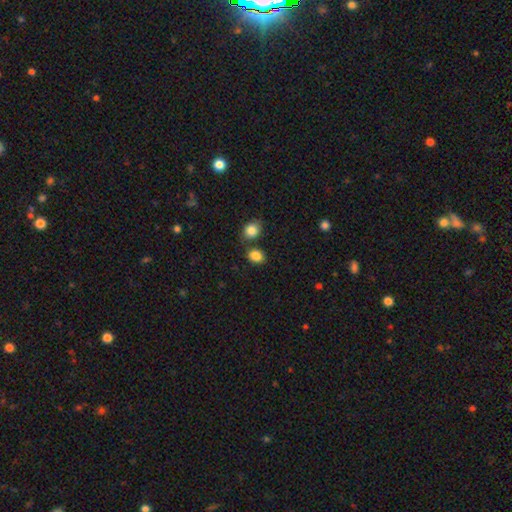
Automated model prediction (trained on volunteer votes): smooth 86%, star or artifact 9%, featured or disk 5%. Down the decision tree: how rounded — in between (57%); merging — none (68%).